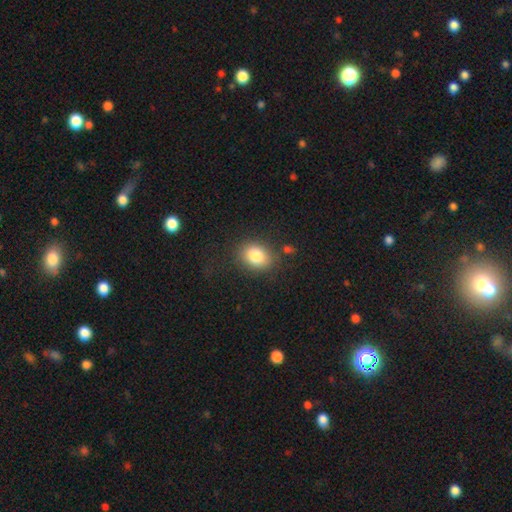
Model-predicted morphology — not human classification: Smooth or featured?
  - smooth: 82% *
  - star or artifact: 9%
  - featured or disk: 8%
How rounded?
  - in between: 53% *
  - round: 46%
  - cigar-shaped: 1%
Merging?
  - none: 79% *
  - minor disturbance: 13%
  - major disturbance: 5%
  - merger: 3%